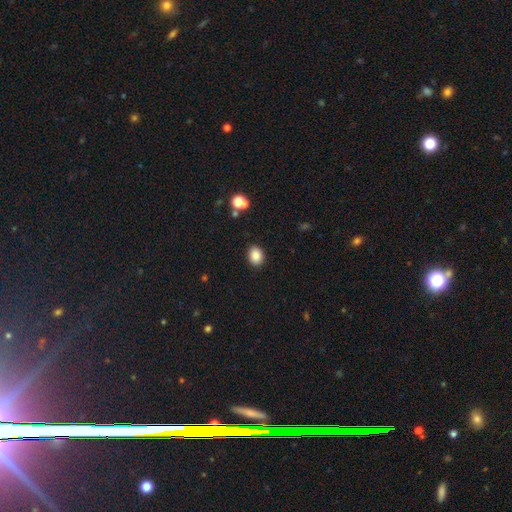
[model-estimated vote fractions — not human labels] A smooth galaxy with no disk features (86%) that is in between round and cigar-shaped (56%).

Vote fractions:
- Smooth or featured? smooth: 86% / star or artifact: 10% / featured or disk: 4%
- How rounded? in between: 56% / round: 43% / cigar-shaped: 1%
- Merging? none: 89% / minor disturbance: 7% / major disturbance: 2% / merger: 1%